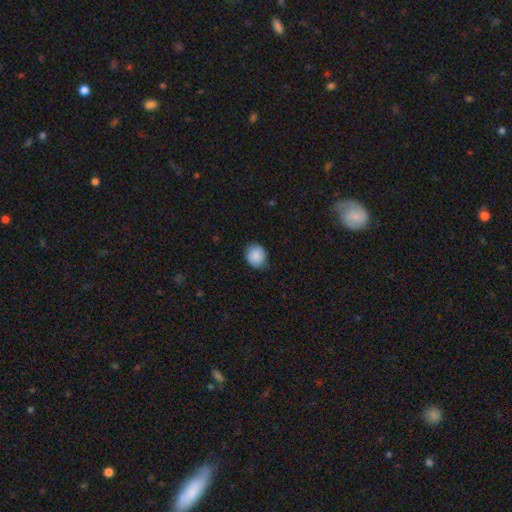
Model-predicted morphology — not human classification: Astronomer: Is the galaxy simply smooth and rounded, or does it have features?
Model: smooth — 88%.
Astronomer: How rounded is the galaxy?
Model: round — 76%.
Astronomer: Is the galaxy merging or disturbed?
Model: none — 81%.